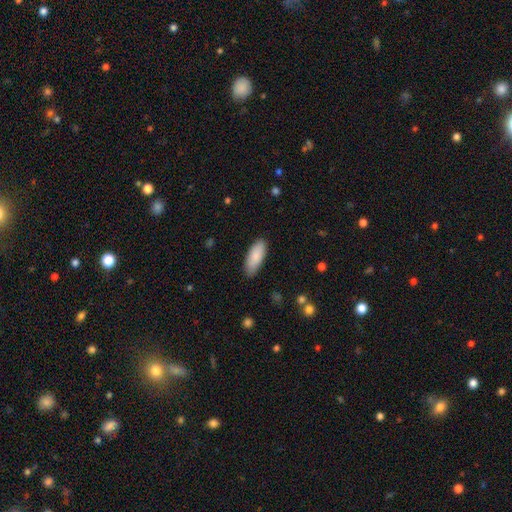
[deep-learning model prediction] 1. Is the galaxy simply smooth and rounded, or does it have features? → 87% smooth, 7% featured or disk, 6% star or artifact.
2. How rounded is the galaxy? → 76% in between, 22% cigar-shaped, 2% round.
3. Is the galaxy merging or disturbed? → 86% none, 11% minor disturbance, 2% major disturbance, 1% merger.